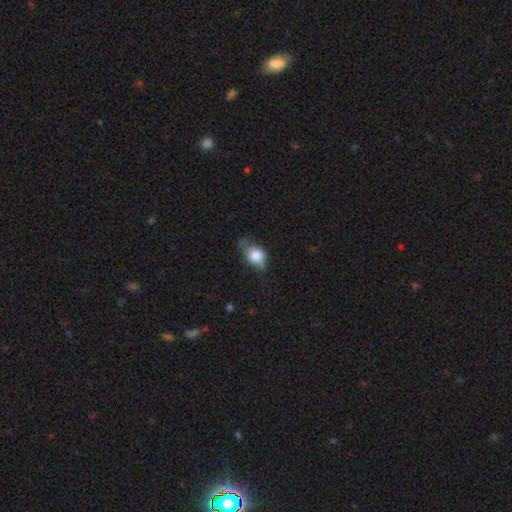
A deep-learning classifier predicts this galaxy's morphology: Overall: smooth (73%). How rounded: in between (71%). Merging: none (46%; minor disturbance 38%).